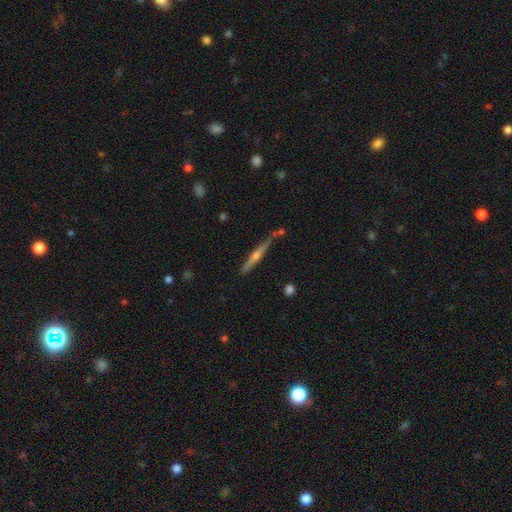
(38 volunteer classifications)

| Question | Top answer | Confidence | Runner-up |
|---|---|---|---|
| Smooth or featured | featured or disk | 76% | smooth (16%) |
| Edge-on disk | yes | 100% | — |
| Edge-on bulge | rounded | 93% | none (7%) |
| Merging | none | 77% | merger (11%) |